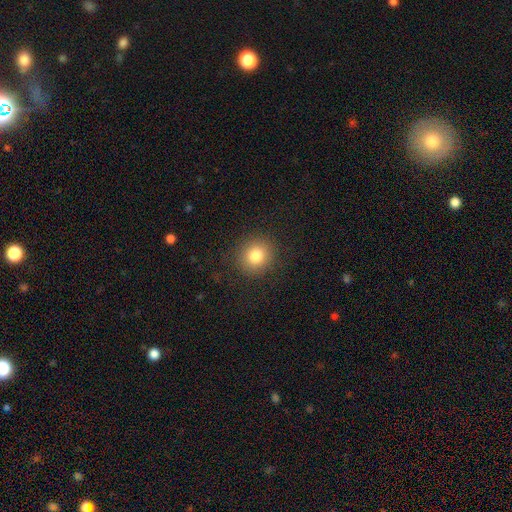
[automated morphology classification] A smooth galaxy with no disk features (81%) that is round (86%). Merging: none (89%).